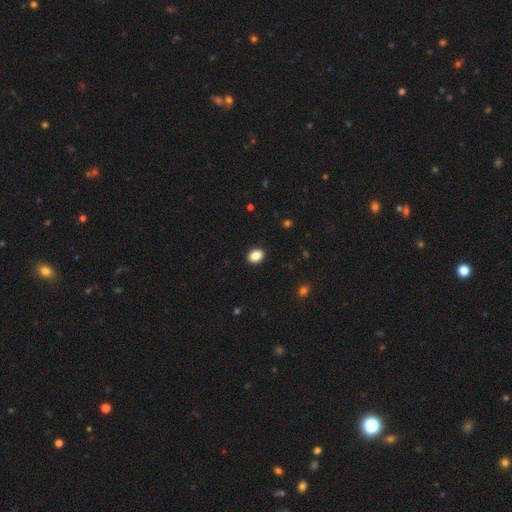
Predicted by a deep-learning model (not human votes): Smooth or featured? smooth (88%)
How rounded? in between (75%)
Merging? none (91%)